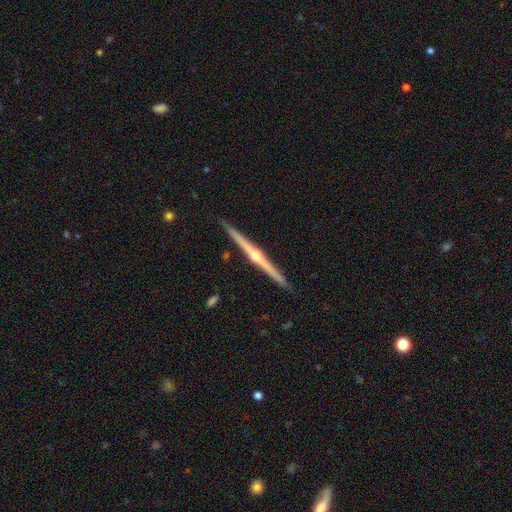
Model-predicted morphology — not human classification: This is clearly a featured or disk galaxy (86%). It is clearly viewed edge-on (99%). Edge-on bulge: clearly rounded (90%). Merging: clearly none (92%).